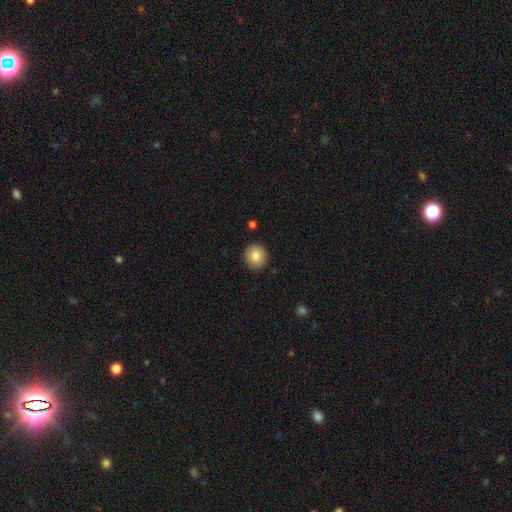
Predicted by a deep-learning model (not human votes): This appears to be a smooth galaxy with no disk features (84%) that is round (92%). Merging: none (91%).